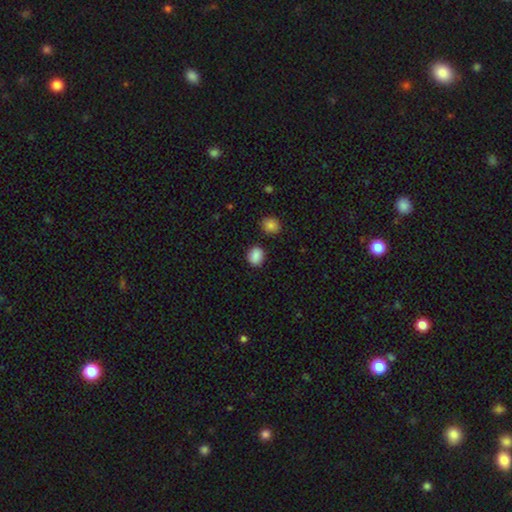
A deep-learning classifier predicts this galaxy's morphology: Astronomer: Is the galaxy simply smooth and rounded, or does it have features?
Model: smooth — 88%.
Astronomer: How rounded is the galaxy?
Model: round — 55% (runner-up: in between, 43%).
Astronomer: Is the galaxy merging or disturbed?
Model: none — 85%.